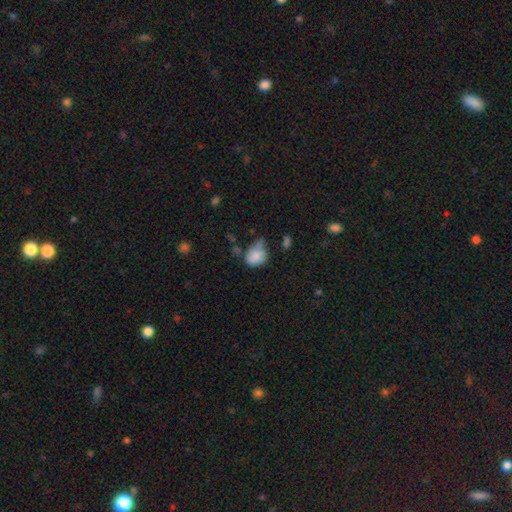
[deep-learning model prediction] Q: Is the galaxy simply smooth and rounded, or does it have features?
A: smooth — 82%.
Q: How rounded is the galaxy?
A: in between — 54%.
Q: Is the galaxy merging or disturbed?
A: minor disturbance — 39%.